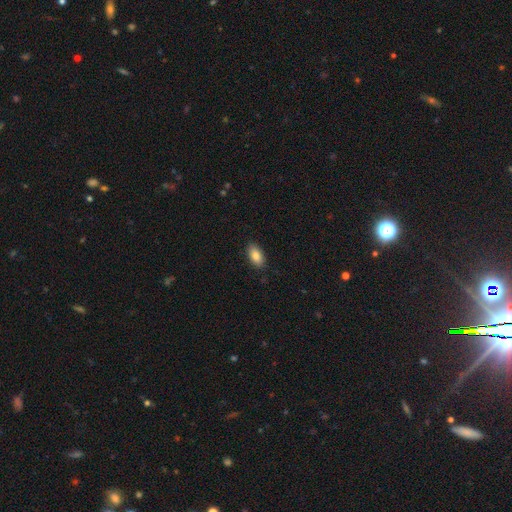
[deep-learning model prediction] Smooth or featured: smooth — 84% (featured or disk — 9%)
How rounded: in between — 92% (round — 4%)
Merging: none — 87% (minor disturbance — 10%)